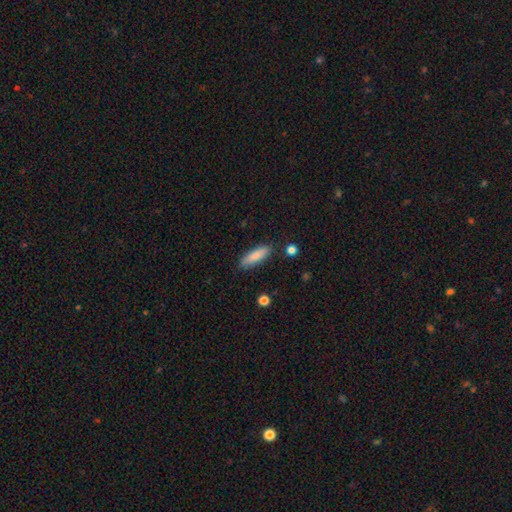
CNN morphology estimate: Q: Smooth or featured?
A: smooth (85%); runner-up: featured or disk (9%)
Q: How rounded?
A: cigar-shaped (57%); runner-up: in between (41%)
Q: Merging?
A: none (84%); runner-up: minor disturbance (11%)